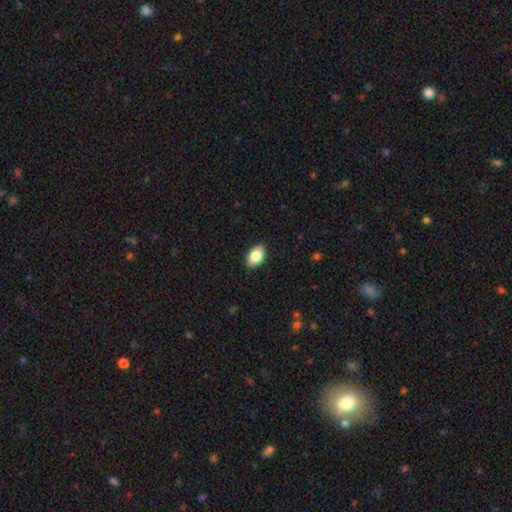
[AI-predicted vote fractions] The model was most divided on "smooth or featured": smooth: 84%, featured or disk: 9%, star or artifact: 7%. More confident: how rounded — in between (92%); merging — none (88%).